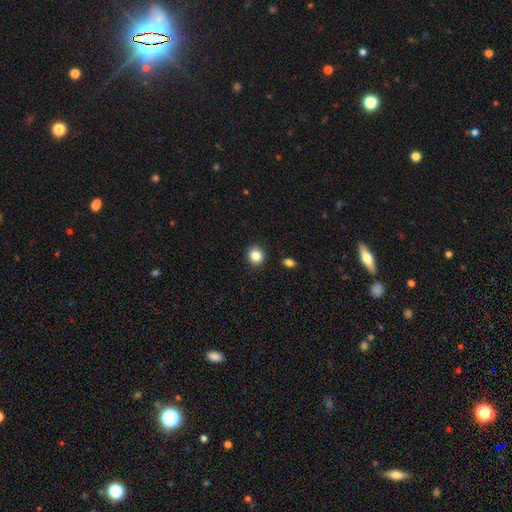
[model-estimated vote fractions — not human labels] Smooth or featured? smooth (85%)
How rounded? round (86%)
Merging? none (91%)